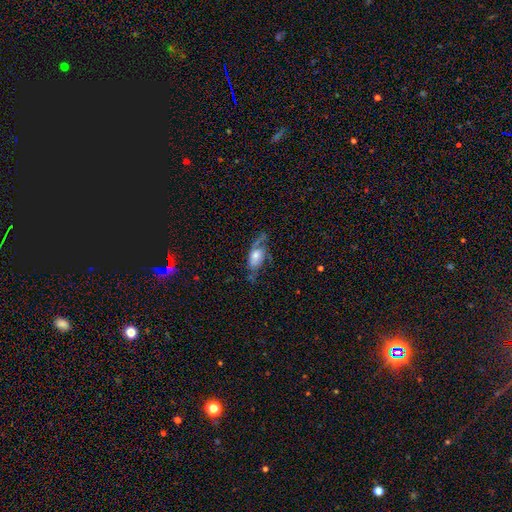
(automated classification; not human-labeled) Morphology: type=featured or disk (53%); edge-on=no (83%); merging=none (47%).